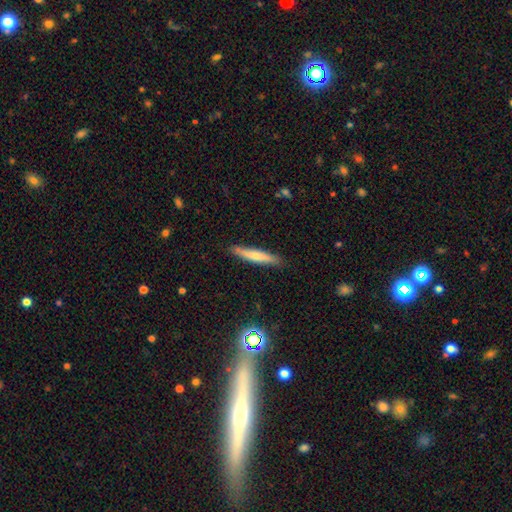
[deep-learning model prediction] Q: Smooth or featured?
A: smooth (62%); runner-up: featured or disk (31%)
Q: How rounded?
A: cigar-shaped (91%); runner-up: in between (8%)
Q: Merging?
A: none (85%); runner-up: minor disturbance (12%)